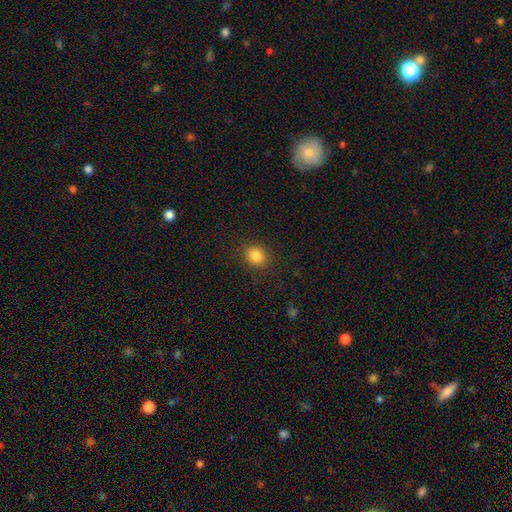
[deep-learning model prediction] This is clearly a smooth galaxy (84%). How rounded: likely round (70%). Merging: clearly none (89%).